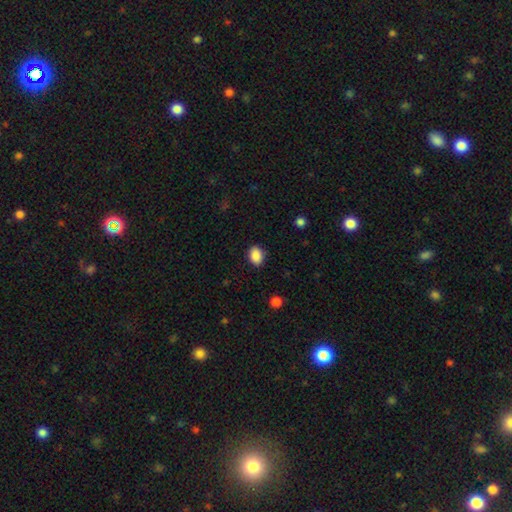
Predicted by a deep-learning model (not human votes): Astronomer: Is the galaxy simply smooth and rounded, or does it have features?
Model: smooth — 89%.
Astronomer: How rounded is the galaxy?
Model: in between — 67%.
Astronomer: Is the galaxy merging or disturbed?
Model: none — 86%.